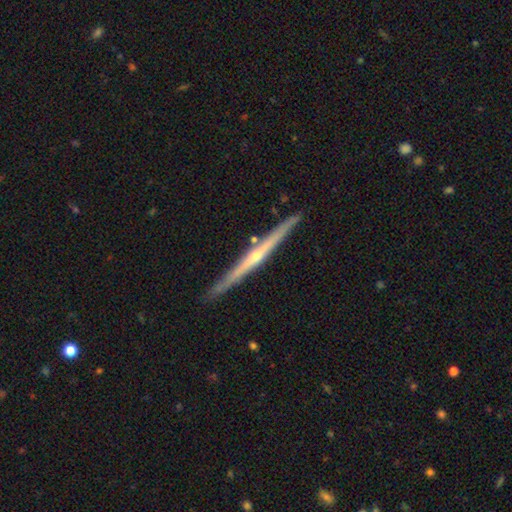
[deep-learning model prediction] smooth-or-featured: featured or disk: 80% | smooth: 15% | star or artifact: 5%
  disk-edge-on: yes: 98% | no: 2%
    edge-on-bulge: rounded: 65% | none: 31% | boxy: 4%
  merging: none: 90% | minor disturbance: 7% | merger: 2% | major disturbance: 1%